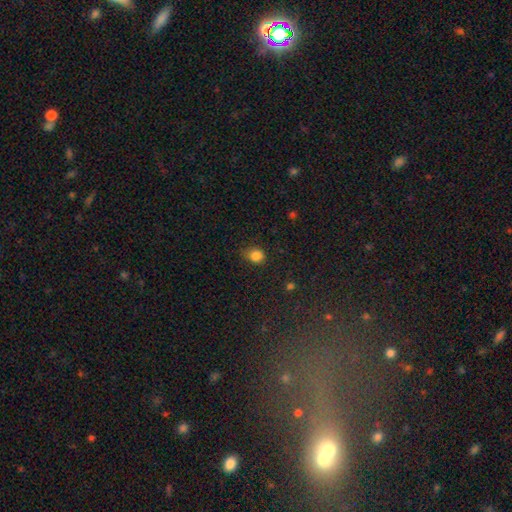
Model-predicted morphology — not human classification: A smooth galaxy with no disk features (84%) that is round (72%).

Vote fractions:
- Smooth or featured? smooth: 84% / star or artifact: 12% / featured or disk: 4%
- How rounded? round: 72% / in between: 27% / cigar-shaped: 1%
- Merging? none: 72% / minor disturbance: 22% / major disturbance: 5% / merger: 1%